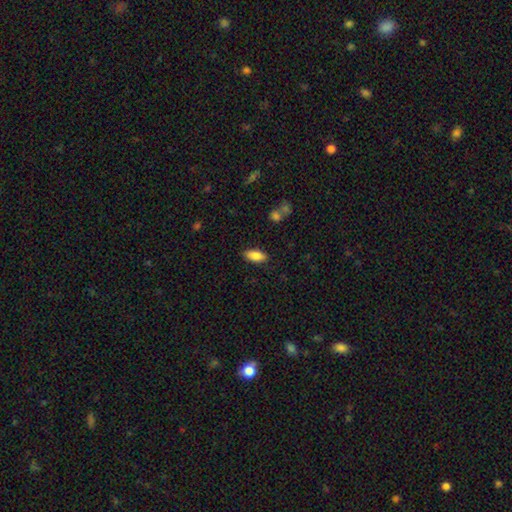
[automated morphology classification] smooth_or_featured: smooth (p=0.85) [alt: featured or disk p=0.08]
how_rounded: in between (p=0.85) [alt: cigar-shaped p=0.13]
merging: none (p=0.86) [alt: minor disturbance p=0.10]